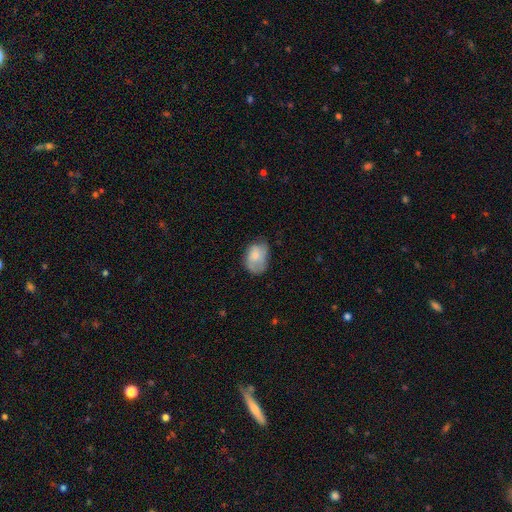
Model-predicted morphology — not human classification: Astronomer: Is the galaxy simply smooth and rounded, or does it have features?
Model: smooth — 66%.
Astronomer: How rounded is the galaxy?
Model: in between — 74%.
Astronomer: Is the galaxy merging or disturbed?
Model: none — 48% (runner-up: minor disturbance, 36%).